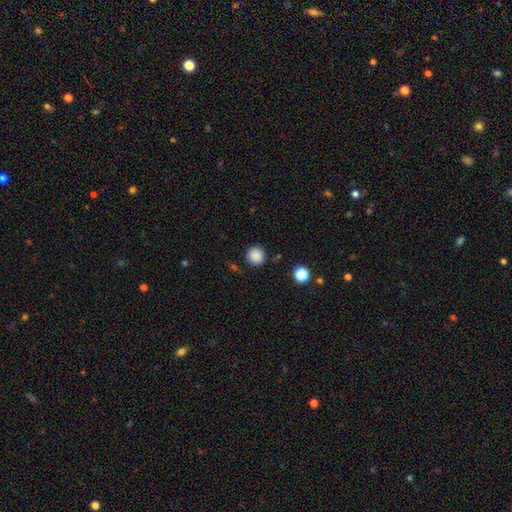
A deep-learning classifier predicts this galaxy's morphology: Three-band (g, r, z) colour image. It shows a smooth galaxy with no disk features (87%) that is round (93%). Merging: none (87%).